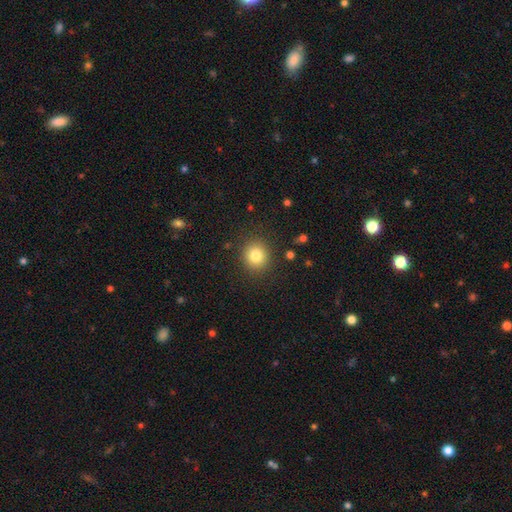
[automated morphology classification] Smooth or featured?
  - smooth: 81% *
  - star or artifact: 12%
  - featured or disk: 7%
How rounded?
  - round: 88% *
  - in between: 11%
  - cigar-shaped: 1%
Merging?
  - none: 89% *
  - minor disturbance: 7%
  - major disturbance: 3%
  - merger: 1%